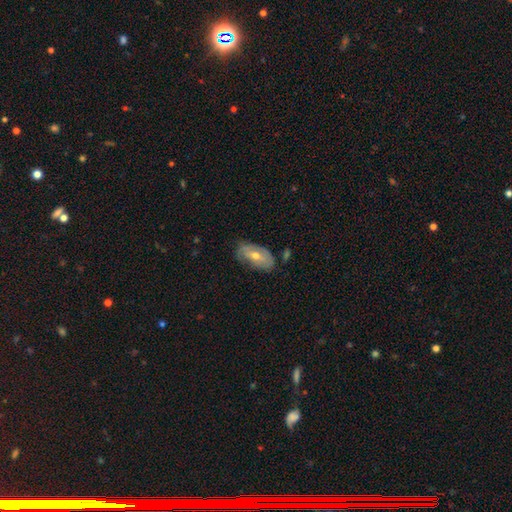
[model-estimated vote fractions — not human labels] A featured or disk galaxy (53%). Merging: none (71%).